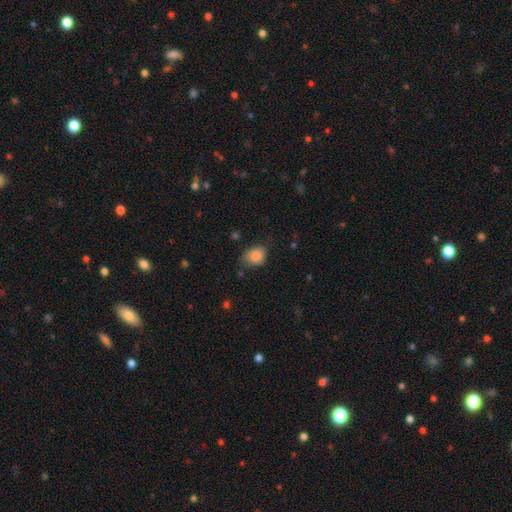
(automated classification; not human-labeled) Overall: smooth (86%). How rounded: in between (53%; round 46%). Merging: none (60%; minor disturbance 30%).